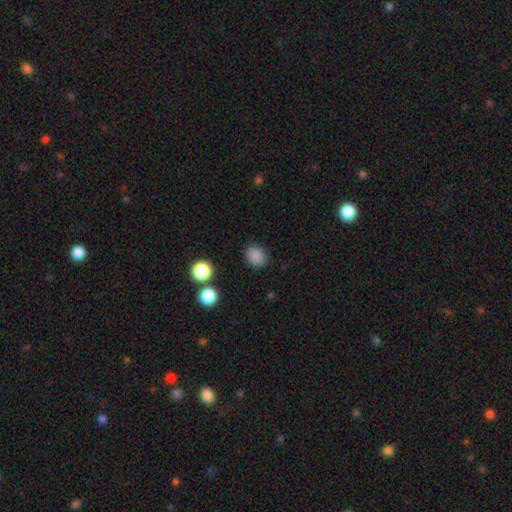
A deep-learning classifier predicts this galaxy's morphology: Q: Smooth or featured?
A: smooth (85%); runner-up: star or artifact (11%)
Q: How rounded?
A: round (64%); runner-up: in between (35%)
Q: Merging?
A: none (84%); runner-up: minor disturbance (10%)